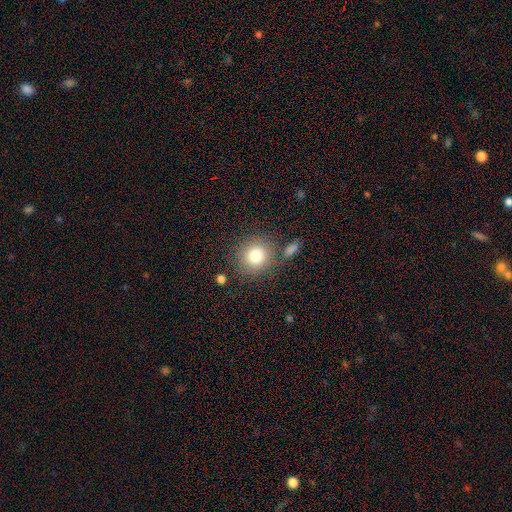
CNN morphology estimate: Overall: smooth (80%). How rounded: round (89%). Merging: none (78%).